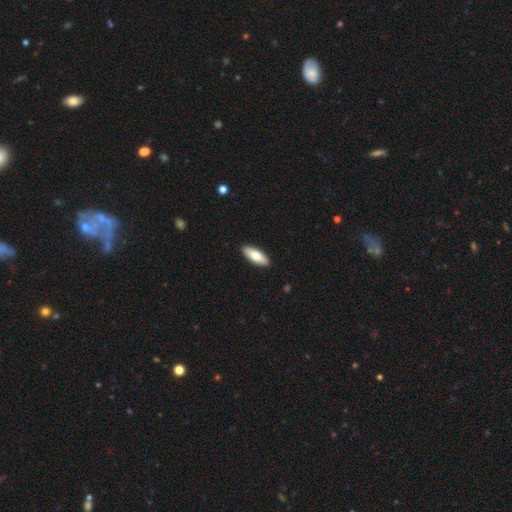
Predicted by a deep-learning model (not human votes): Smooth or featured: smooth — 69% (featured or disk — 26%)
How rounded: in between — 63% (cigar-shaped — 35%)
Merging: none — 91% (minor disturbance — 6%)